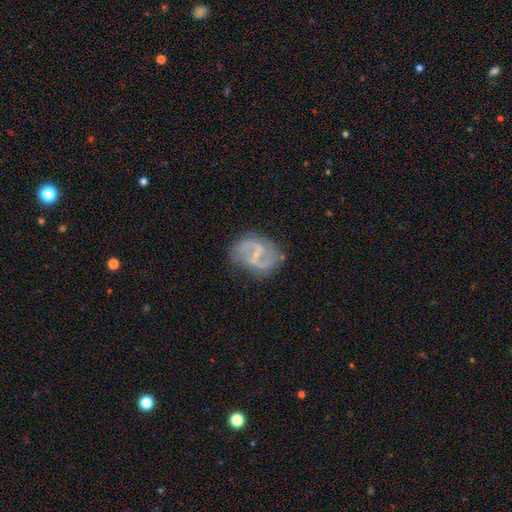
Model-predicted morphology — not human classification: A featured or disk galaxy (84%) with a weak bar (55%), 2 (90%) medium (49%) spiral arms (93%) and a small central bulge (59%). Merging: none (73%).